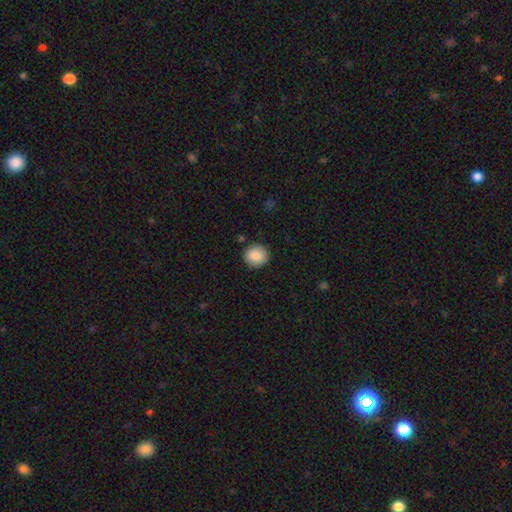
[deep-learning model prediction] Q: Smooth or featured?
A: smooth (88%); runner-up: star or artifact (8%)
Q: How rounded?
A: round (89%); runner-up: in between (10%)
Q: Merging?
A: none (89%); runner-up: minor disturbance (8%)